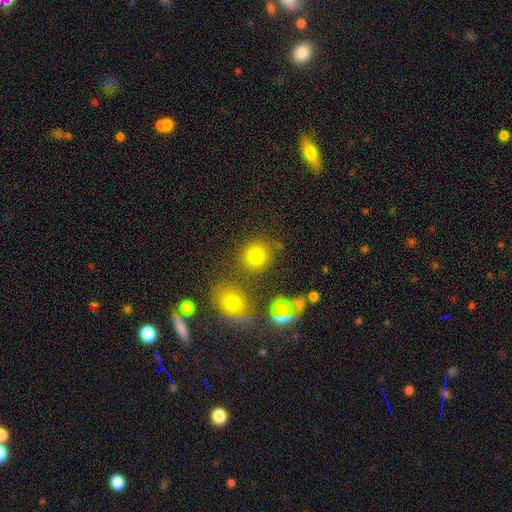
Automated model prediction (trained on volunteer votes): Smooth or featured? smooth (74%)
How rounded? round (85%)
Merging? none (77%)